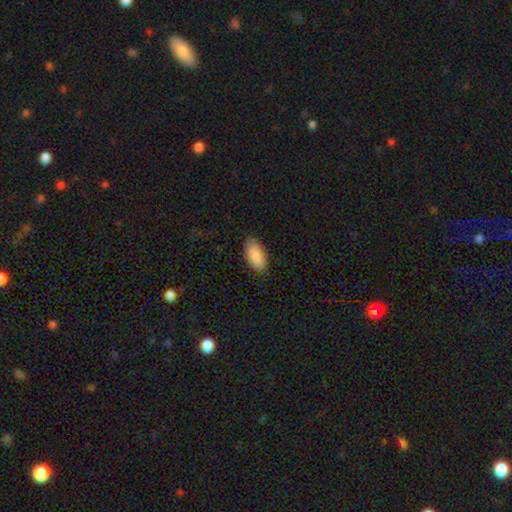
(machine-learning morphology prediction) This appears to be a smooth galaxy with no disk features (89%) that is in between round and cigar-shaped (94%). Merging: none (83%).